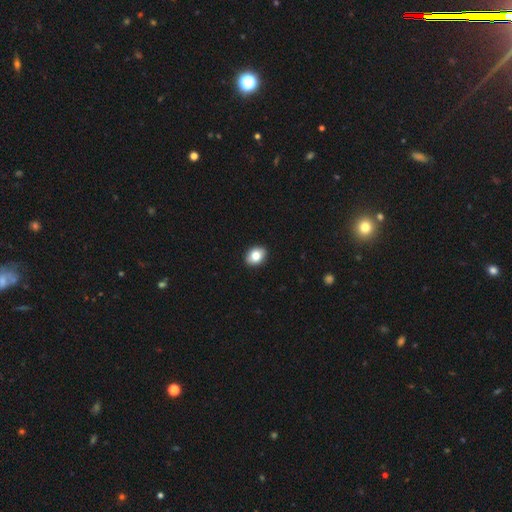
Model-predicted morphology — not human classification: smooth 82%, featured or disk 10%, star or artifact 8%. Down the decision tree: how rounded — in between (67%); merging — none (91%).